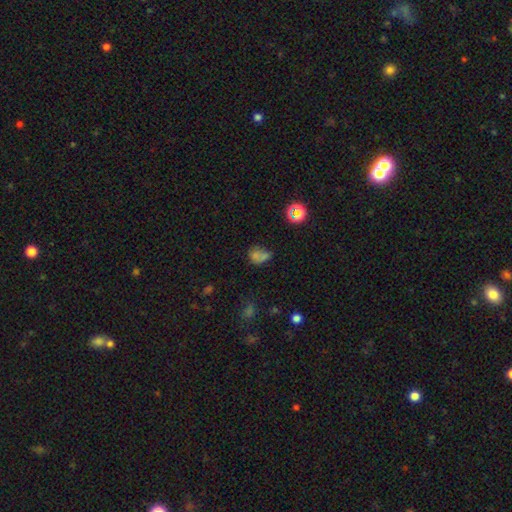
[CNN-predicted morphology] Q: Smooth or featured?
A: smooth (65%); runner-up: star or artifact (22%)
Q: How rounded?
A: in between (54%); runner-up: round (44%)
Q: Merging?
A: none (39%); runner-up: minor disturbance (24%)